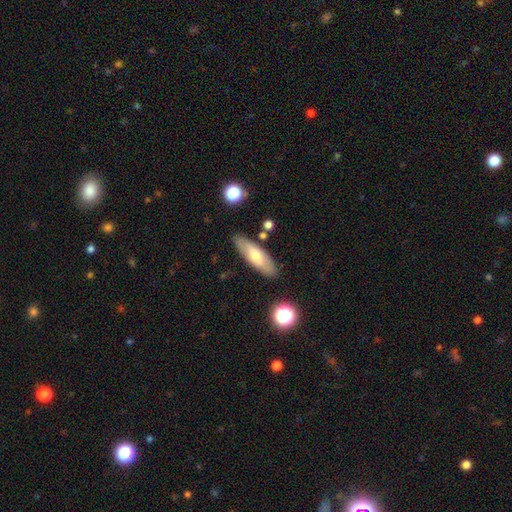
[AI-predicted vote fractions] Smooth or featured? smooth (61%)
How rounded? in between (57%)
Merging? none (83%)